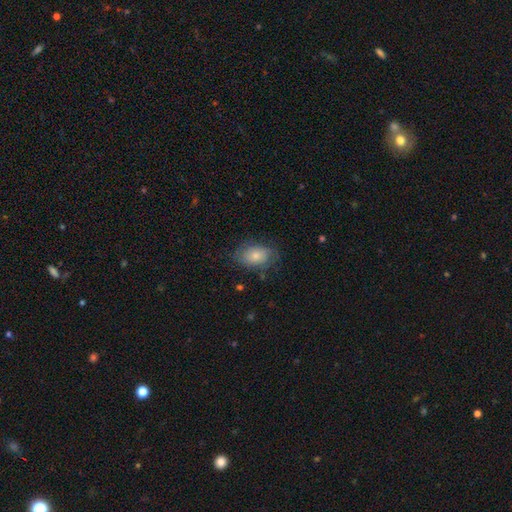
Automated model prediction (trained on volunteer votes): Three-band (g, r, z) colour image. It shows a smooth galaxy with no disk features (70%) that is in between round and cigar-shaped (82%). Merging: none (68%).